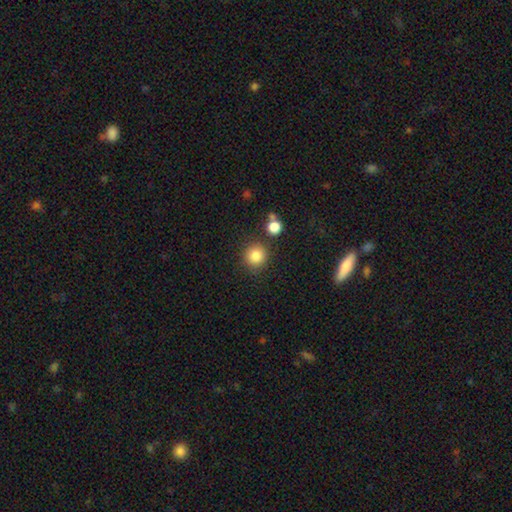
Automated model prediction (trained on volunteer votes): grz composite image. It shows a smooth galaxy with no disk features (84%) that is round (91%). Merging: none (83%).